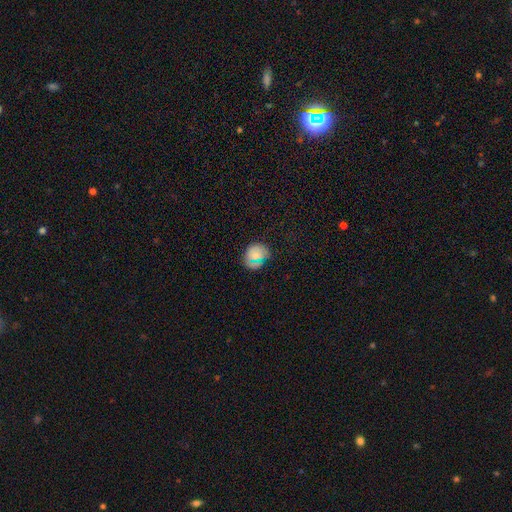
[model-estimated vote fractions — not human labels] Overall: smooth (73%). How rounded: round (67%; in between 32%). Merging: none (79%).